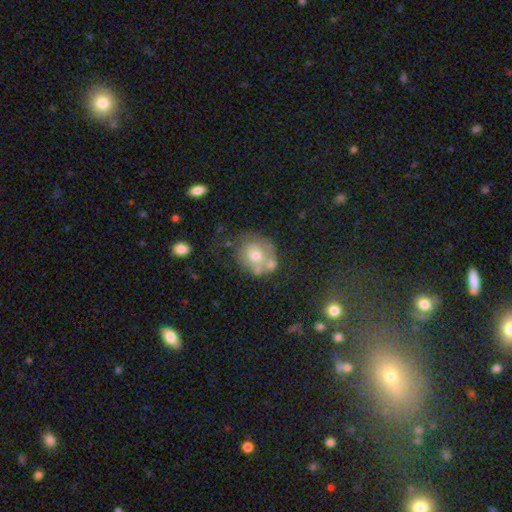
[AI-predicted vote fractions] Overall: smooth (55%; featured or disk 35%). How rounded: round (67%; in between 32%). Merging: none (44%; merger 22%).